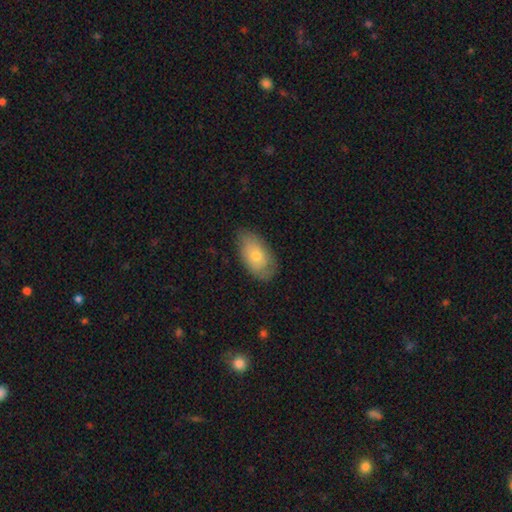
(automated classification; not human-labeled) This appears to be a smooth galaxy with no disk features (68%) that is in between round and cigar-shaped (92%). Merging: none (74%).